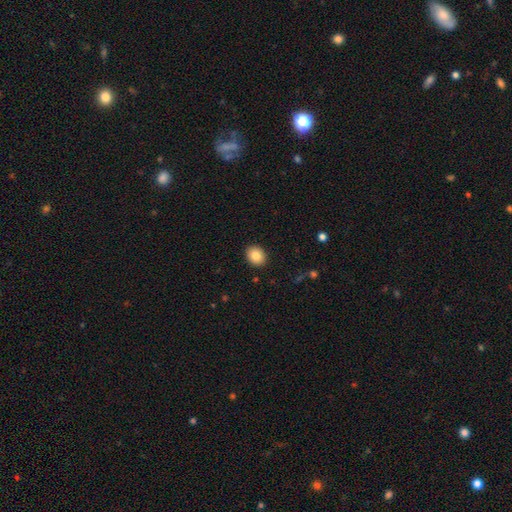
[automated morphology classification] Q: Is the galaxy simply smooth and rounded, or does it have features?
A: smooth — 82%.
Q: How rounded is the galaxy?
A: round — 63%.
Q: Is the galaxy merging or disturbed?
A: none — 91%.